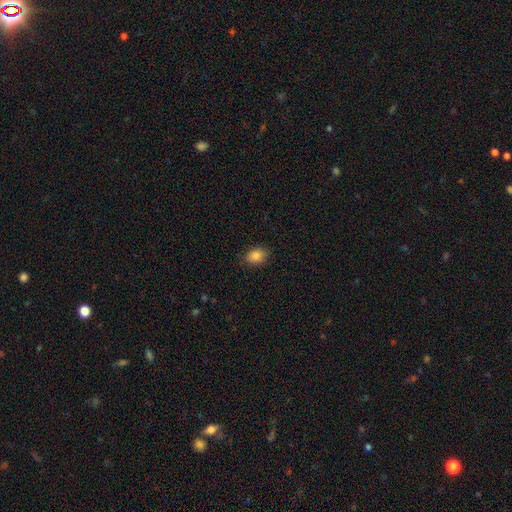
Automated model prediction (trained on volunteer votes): Q: Smooth or featured?
A: smooth (86%); runner-up: star or artifact (9%)
Q: How rounded?
A: in between (71%); runner-up: round (27%)
Q: Merging?
A: none (85%); runner-up: minor disturbance (11%)